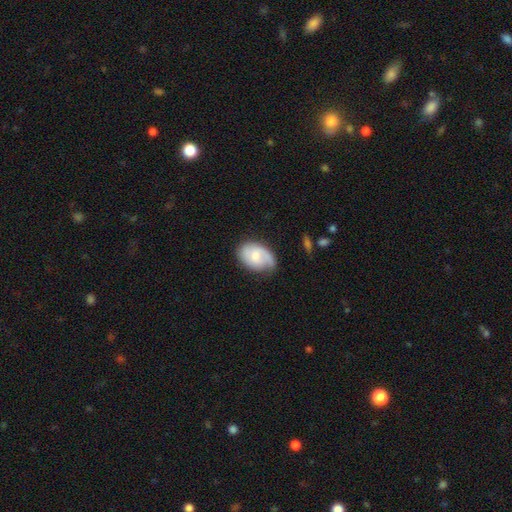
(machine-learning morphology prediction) smooth_or_featured: featured or disk (p=0.49) [alt: smooth p=0.45]
merging: none (p=0.59) [alt: minor disturbance p=0.29]